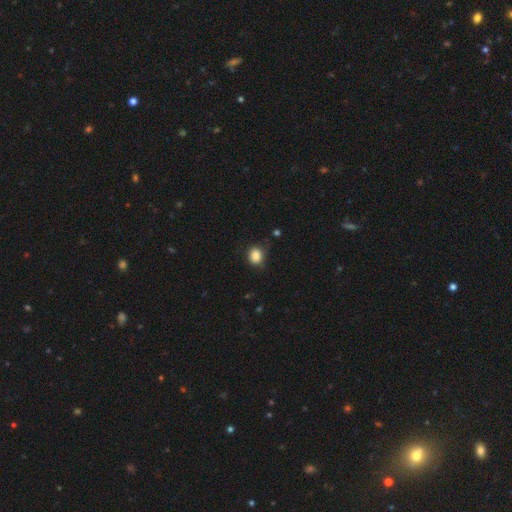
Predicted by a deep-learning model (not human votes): The model was most divided on "how rounded": round: 67%, in between: 32%, cigar-shaped: 1%. More confident: smooth or featured — smooth (85%); merging — none (72%).